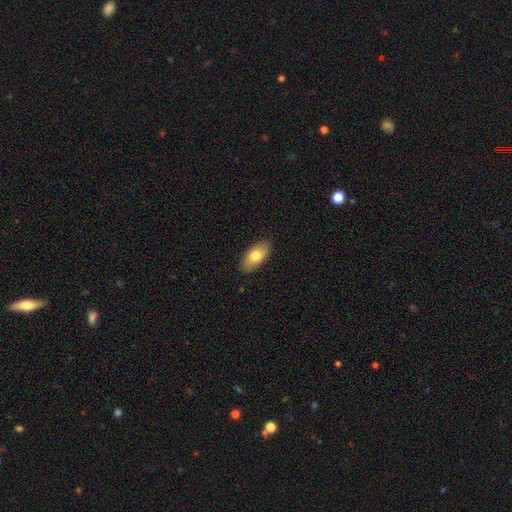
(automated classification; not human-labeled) smooth 75%, featured or disk 19%, star or artifact 6%. Down the decision tree: how rounded — in between (90%); merging — none (87%).